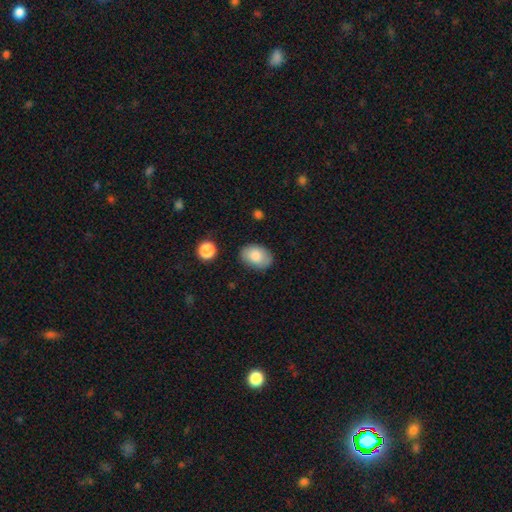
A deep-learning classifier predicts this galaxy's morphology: smooth-or-featured: smooth: 83% | featured or disk: 10% | star or artifact: 7%
  how-rounded: in between: 83% | round: 16% | cigar-shaped: 1%
  merging: none: 83% | minor disturbance: 12% | major disturbance: 3% | merger: 2%